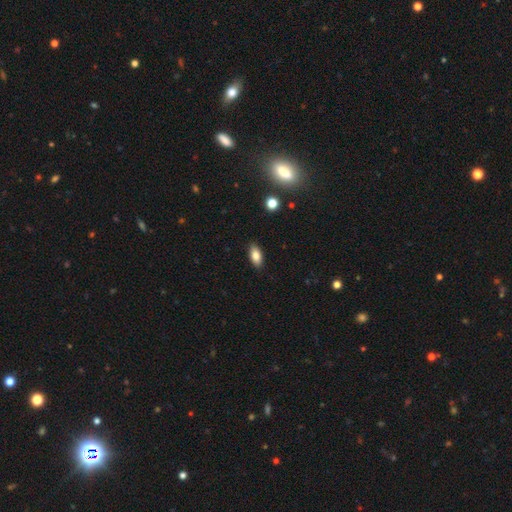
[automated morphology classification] Q: Smooth or featured?
A: smooth (82%); runner-up: featured or disk (10%)
Q: How rounded?
A: in between (88%); runner-up: cigar-shaped (9%)
Q: Merging?
A: none (88%); runner-up: minor disturbance (9%)